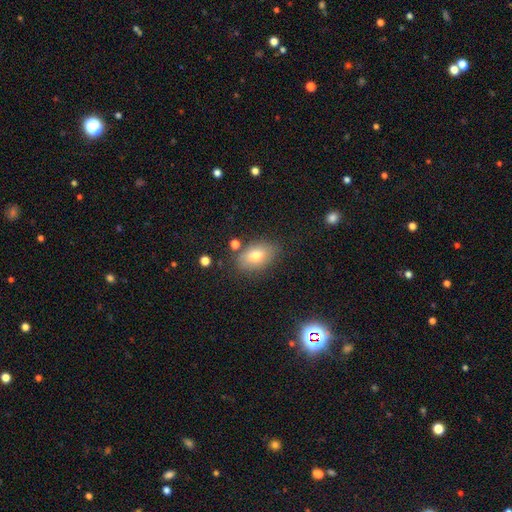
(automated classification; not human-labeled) This is likely a smooth galaxy (75%). How rounded: clearly in between (85%). Merging: likely none (77%).